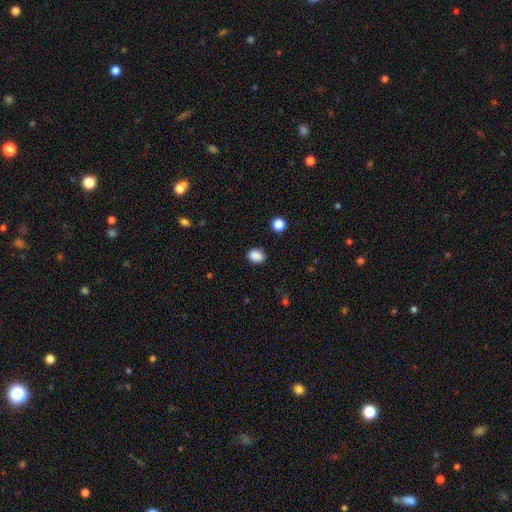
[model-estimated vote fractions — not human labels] Smooth or featured? smooth (88%)
How rounded? in between (64%)
Merging? none (86%)